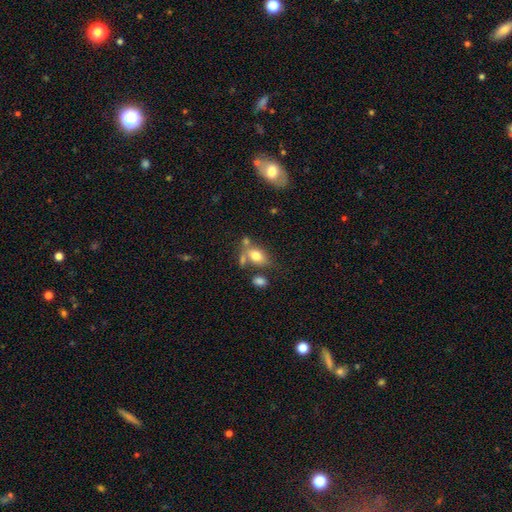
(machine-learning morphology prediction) Smooth or featured? Predicted: smooth (p=0.76). How rounded? Predicted: in between (p=0.84). Merging? Predicted: none (p=0.51).